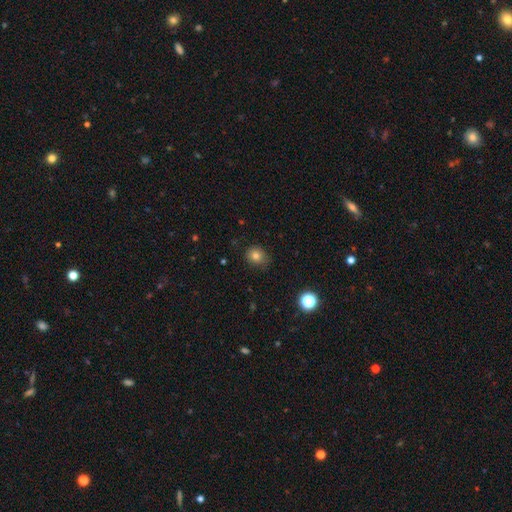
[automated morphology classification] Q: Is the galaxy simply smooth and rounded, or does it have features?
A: smooth — 79%.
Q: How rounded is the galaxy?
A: round — 77%.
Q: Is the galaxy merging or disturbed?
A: none — 80%.